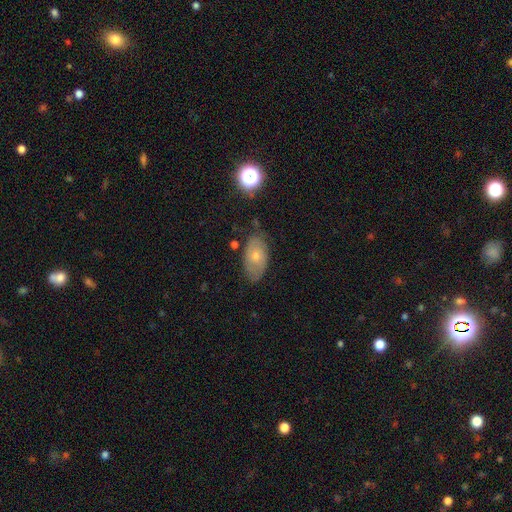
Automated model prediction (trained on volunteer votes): smooth-or-featured: smooth: 49% | featured or disk: 41% | star or artifact: 10%
  merging: none: 67% | minor disturbance: 24% | major disturbance: 6% | merger: 3%